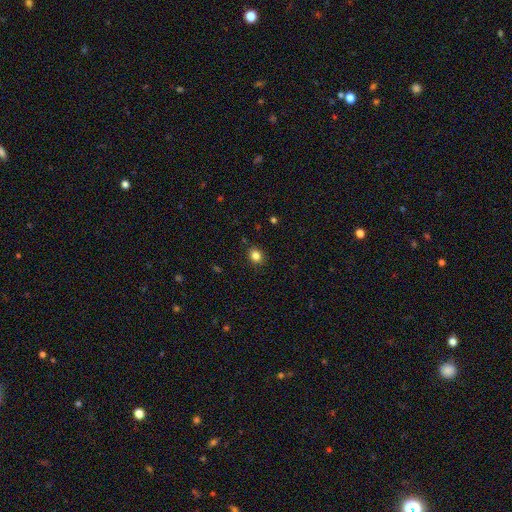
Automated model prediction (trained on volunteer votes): smooth_or_featured: smooth (p=0.84) [alt: star or artifact p=0.11]
how_rounded: round (p=0.61) [alt: in between p=0.39]
merging: none (p=0.87) [alt: minor disturbance p=0.09]